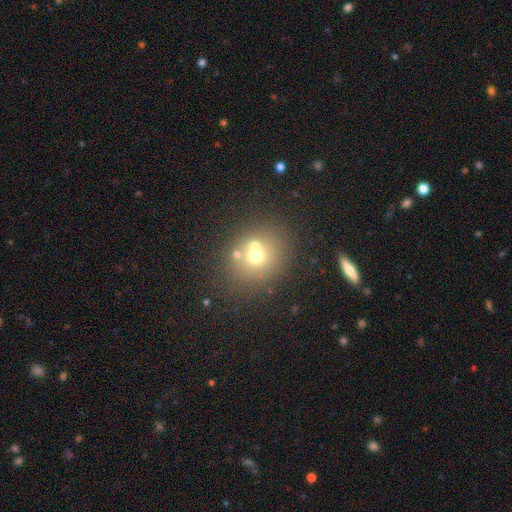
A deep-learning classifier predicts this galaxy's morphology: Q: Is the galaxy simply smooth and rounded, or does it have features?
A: smooth — 63%.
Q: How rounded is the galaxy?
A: round — 75%.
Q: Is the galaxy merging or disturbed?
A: none — 64%.